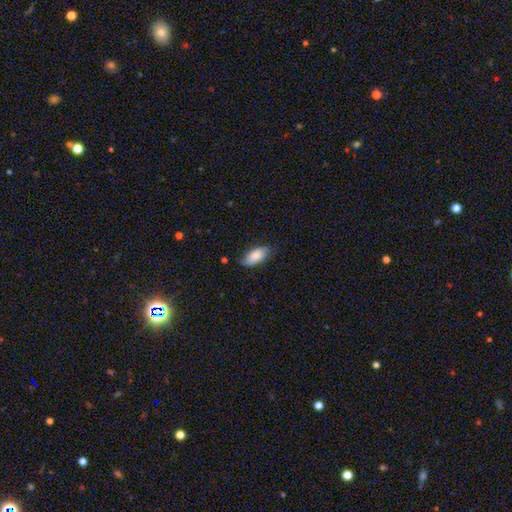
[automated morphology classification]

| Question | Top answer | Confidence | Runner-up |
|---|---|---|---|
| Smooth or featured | smooth | 82% | featured or disk (12%) |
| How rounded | in between | 91% | cigar-shaped (7%) |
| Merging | none | 70% | minor disturbance (24%) |